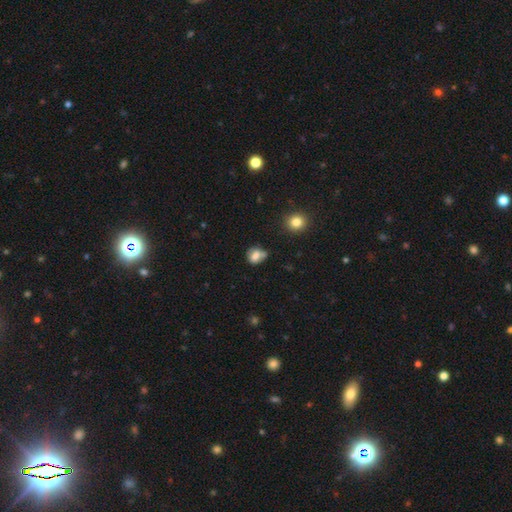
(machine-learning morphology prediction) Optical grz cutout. It shows a smooth galaxy with no disk features (69%) that is round (57%). Merging: none (49%).